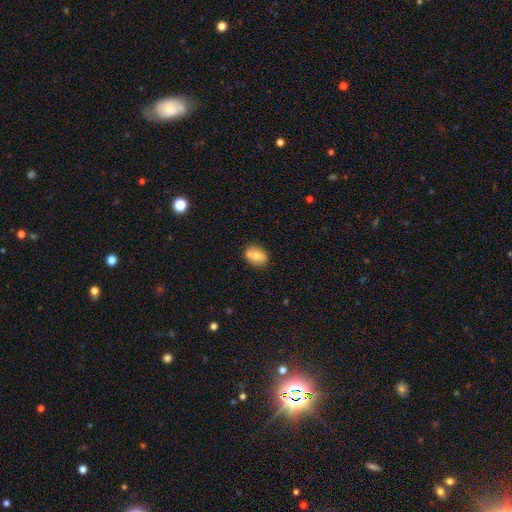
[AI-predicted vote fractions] The model was most divided on "how rounded": in between: 66%, round: 32%, cigar-shaped: 2%. More confident: smooth or featured — smooth (66%); merging — none (65%).